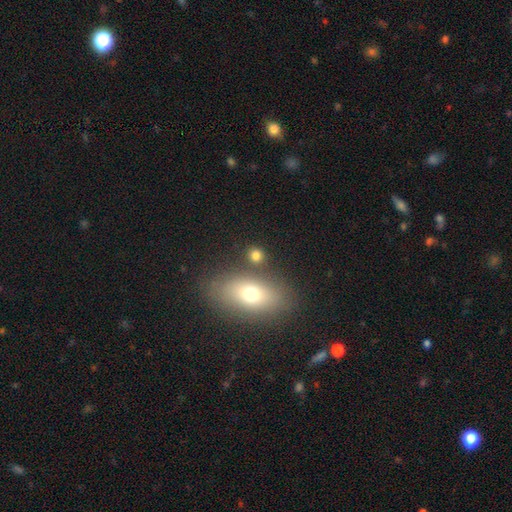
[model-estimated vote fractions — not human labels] Overall: smooth (78%). How rounded: round (63%; in between 34%). Merging: none (72%).